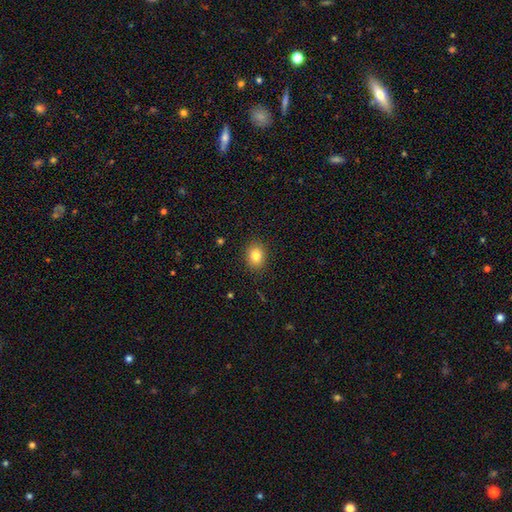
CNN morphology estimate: smooth 83%, star or artifact 10%, featured or disk 7%. Down the decision tree: how rounded — round (57%); merging — none (89%).